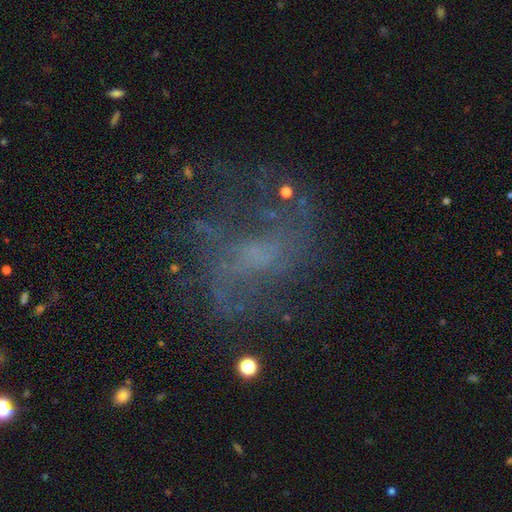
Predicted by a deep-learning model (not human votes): Q: Smooth or featured?
A: featured or disk (68%); runner-up: star or artifact (20%)
Q: Edge-on disk?
A: no (97%); runner-up: yes (3%)
Q: Bar?
A: no (54%); runner-up: weak (38%)
Q: Spiral arms?
A: yes (76%); runner-up: no (24%)
Q: Spiral winding?
A: loose (60%); runner-up: medium (30%)
Q: Spiral arm count?
A: 2 (50%); runner-up: can't tell (27%)
Q: Bulge size?
A: small (39%); runner-up: none (38%)
Q: Merging?
A: none (58%); runner-up: major disturbance (23%)